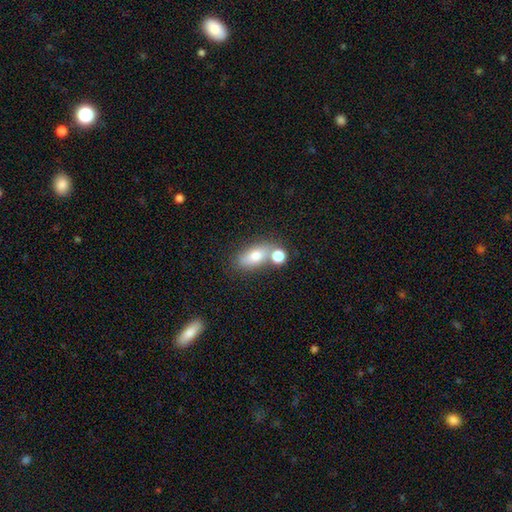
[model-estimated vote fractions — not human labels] A smooth galaxy with no disk features (74%) that is in between round and cigar-shaped (77%). Merging: none (53%).